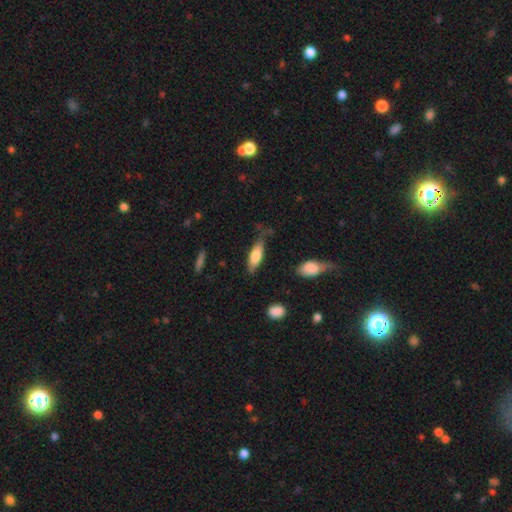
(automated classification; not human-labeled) A smooth galaxy with no disk features (74%) that is in between round and cigar-shaped (60%). Merging: none (63%).